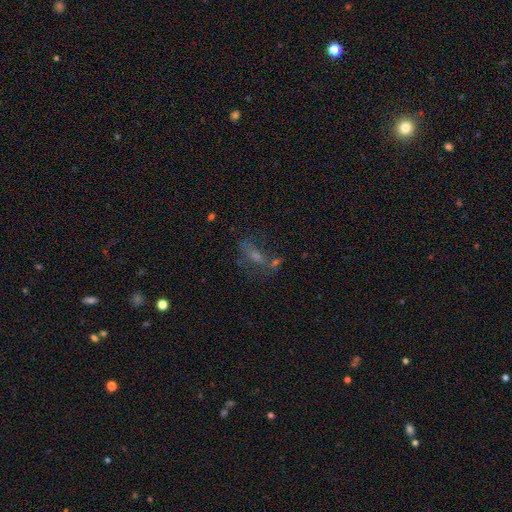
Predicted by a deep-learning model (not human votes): Morphology: type=smooth (38%); merging=none (44%).